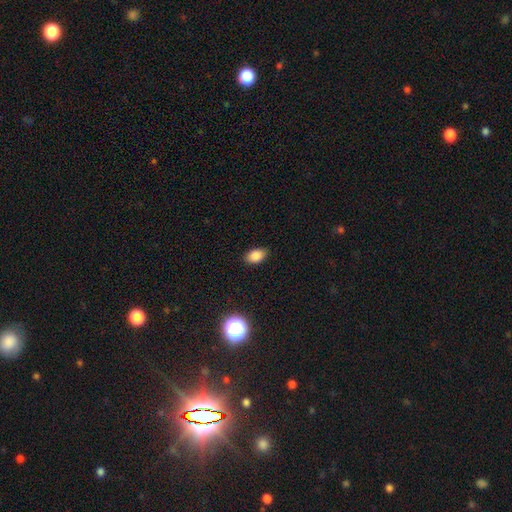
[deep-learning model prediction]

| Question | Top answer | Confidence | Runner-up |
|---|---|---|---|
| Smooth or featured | smooth | 85% | star or artifact (10%) |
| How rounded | in between | 86% | round (12%) |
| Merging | none | 87% | minor disturbance (10%) |